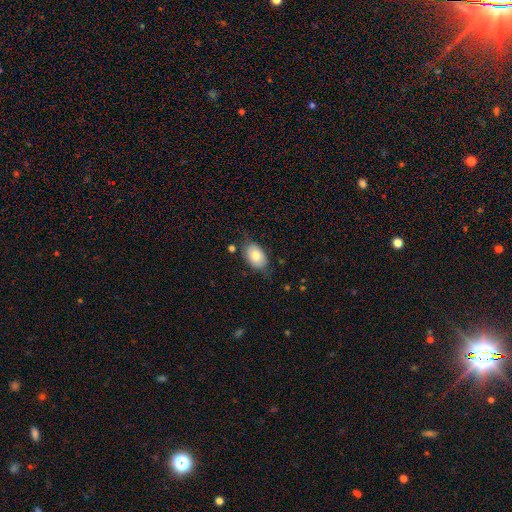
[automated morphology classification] A smooth galaxy with no disk features (76%) that is in between round and cigar-shaped (87%).

Vote fractions:
- Smooth or featured? smooth: 76% / featured or disk: 17% / star or artifact: 7%
- How rounded? in between: 87% / round: 12% / cigar-shaped: 1%
- Merging? none: 71% / minor disturbance: 21% / major disturbance: 5% / merger: 3%